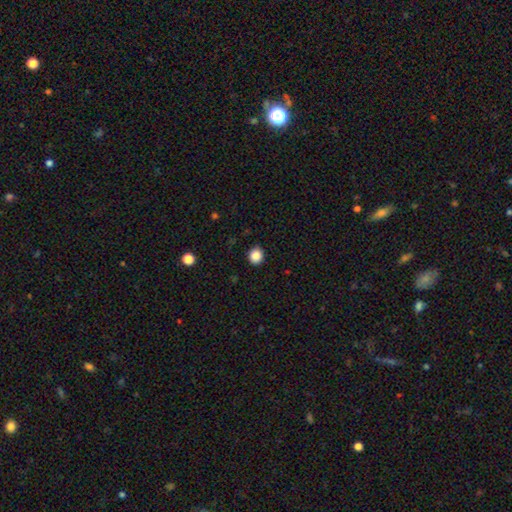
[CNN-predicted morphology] The model was most divided on "how rounded": round: 81%, in between: 18%, cigar-shaped: 1%. More confident: merging — none (91%); smooth or featured — smooth (87%).